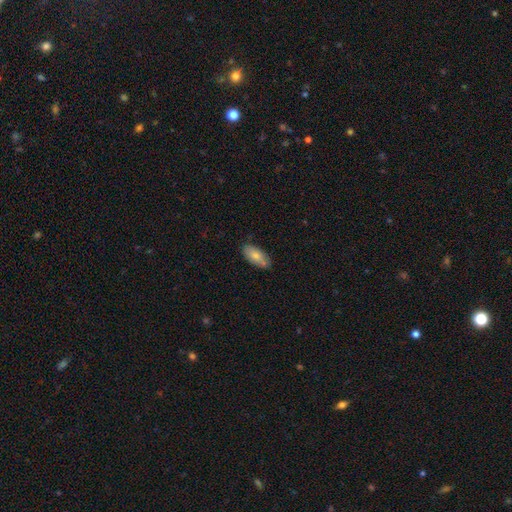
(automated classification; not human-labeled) This is likely a smooth galaxy (78%). How rounded: clearly in between (89%). Merging: likely none (74%).